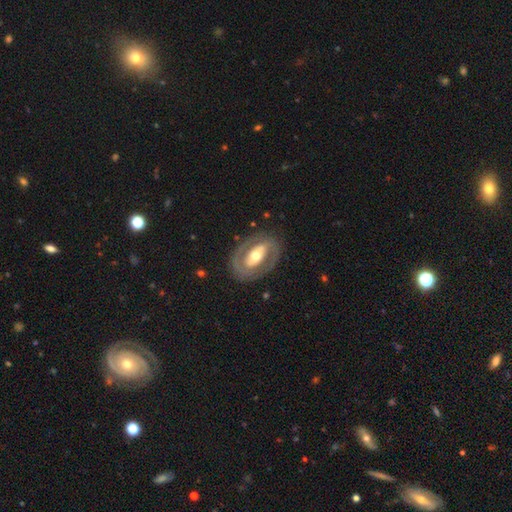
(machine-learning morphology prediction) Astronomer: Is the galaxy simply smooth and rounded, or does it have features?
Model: featured or disk — 74%.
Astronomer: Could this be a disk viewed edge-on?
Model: no — 93%.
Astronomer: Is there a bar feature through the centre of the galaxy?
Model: no — 37%, tied with strong at 37%.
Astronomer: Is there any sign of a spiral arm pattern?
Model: no — 51% (runner-up: yes, 49%).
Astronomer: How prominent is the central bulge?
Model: moderate — 68%.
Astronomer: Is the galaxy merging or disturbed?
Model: none — 81%.